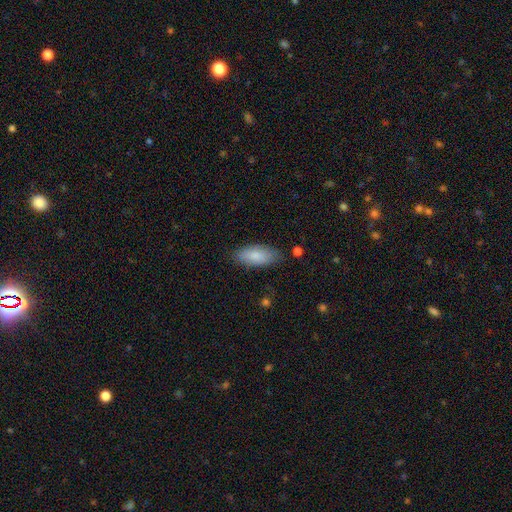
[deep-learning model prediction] Morphology: type=smooth (84%); roundness=in between (86%); merging=none (80%).